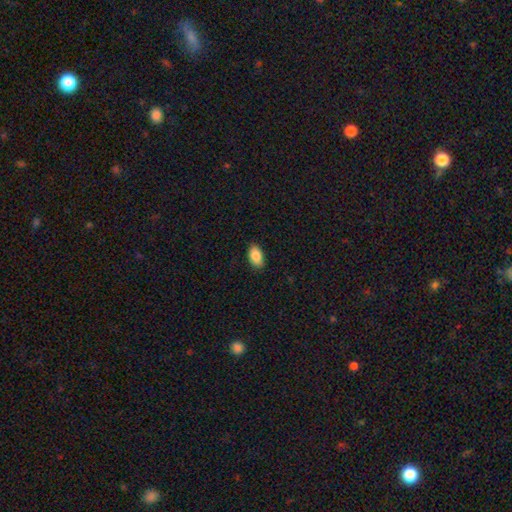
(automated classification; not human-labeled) The model was most divided on "merging": none: 87%, minor disturbance: 10%, major disturbance: 2%, merger: 1%. More confident: how rounded — in between (93%); smooth or featured — smooth (88%).